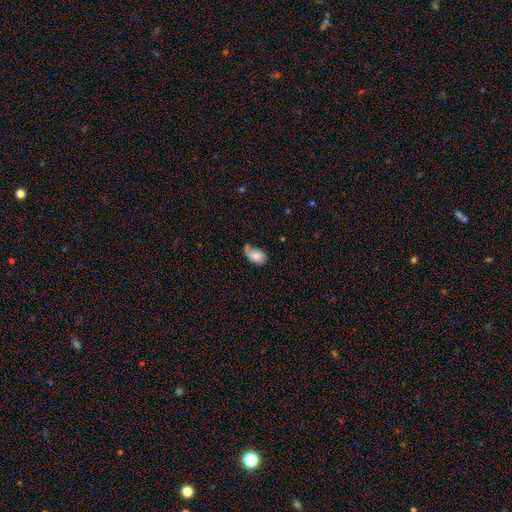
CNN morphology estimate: This appears to be a smooth galaxy with no disk features (78%) that is in between round and cigar-shaped (88%). Merging: none (39%).